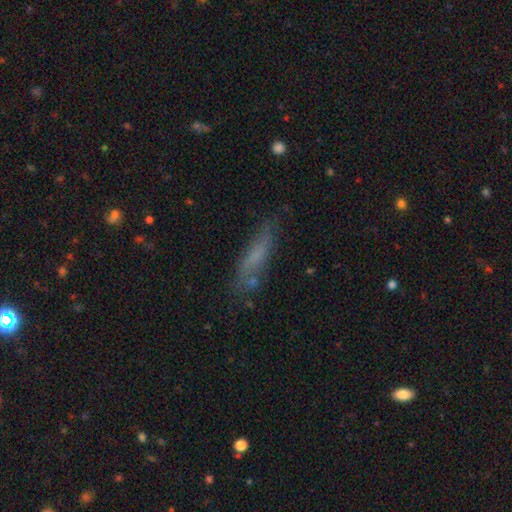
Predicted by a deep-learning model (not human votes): A smooth galaxy with no disk features (62%) that is cigar-shaped (77%).

Vote fractions:
- Smooth or featured? smooth: 62% / featured or disk: 27% / star or artifact: 10%
- How rounded? cigar-shaped: 77% / in between: 21% / round: 2%
- Merging? none: 68% / minor disturbance: 21% / major disturbance: 8% / merger: 4%